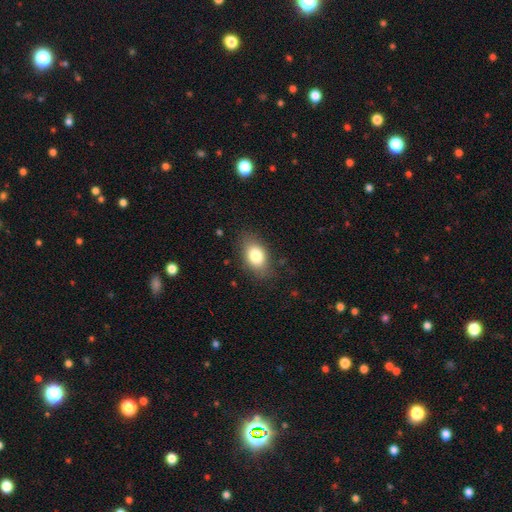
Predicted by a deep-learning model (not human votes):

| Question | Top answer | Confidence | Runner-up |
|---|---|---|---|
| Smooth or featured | smooth | 80% | featured or disk (11%) |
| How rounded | in between | 82% | round (16%) |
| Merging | none | 80% | minor disturbance (15%) |